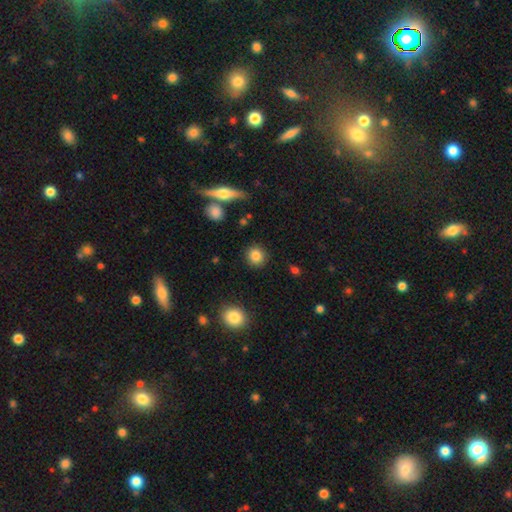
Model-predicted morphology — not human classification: Smooth or featured?
  - smooth: 84% *
  - star or artifact: 9%
  - featured or disk: 6%
How rounded?
  - round: 89% *
  - in between: 10%
  - cigar-shaped: 1%
Merging?
  - none: 89% *
  - minor disturbance: 7%
  - major disturbance: 2%
  - merger: 2%